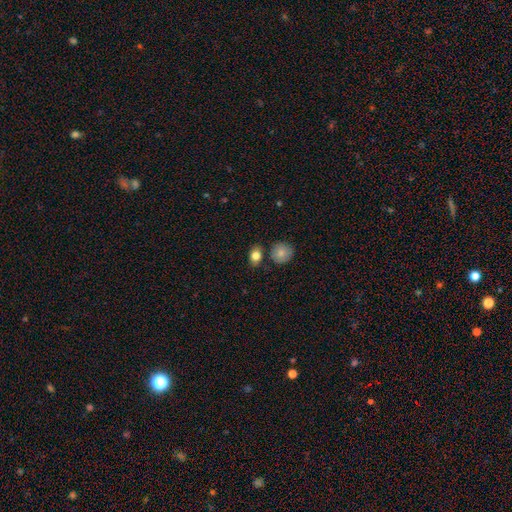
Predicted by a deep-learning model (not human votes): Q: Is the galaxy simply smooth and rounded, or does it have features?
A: smooth — 82%.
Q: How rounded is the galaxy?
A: in between — 58%.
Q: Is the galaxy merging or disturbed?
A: none — 73%.